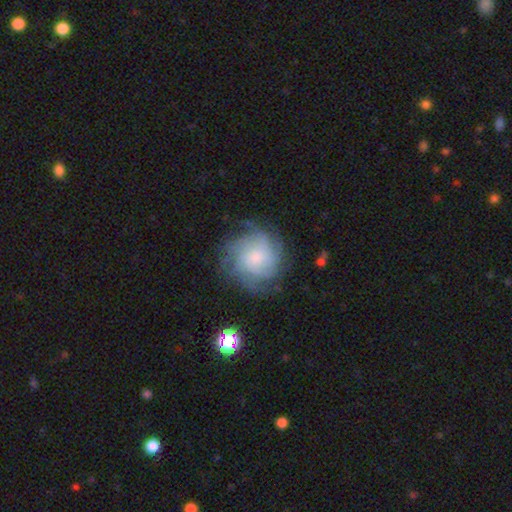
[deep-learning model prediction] Morphology: type=featured or disk (62%); edge-on=no (97%); bar=no (73%); spiral arms=yes (89%); winding=tight (55%); arm count=can't tell (44%); bulge=small (44%); merging=none (71%).